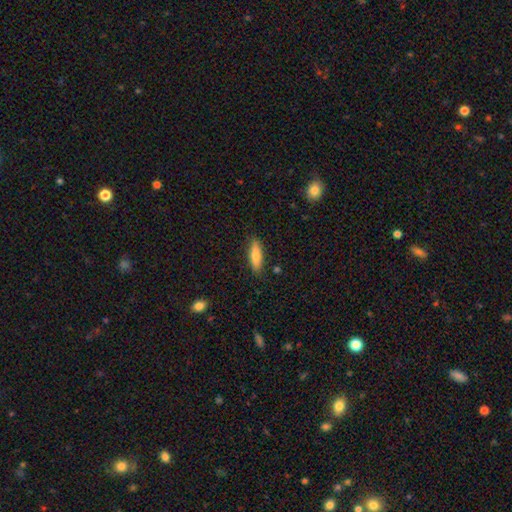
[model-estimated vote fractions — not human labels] Smooth or featured? Predicted: smooth (p=0.79). How rounded? Predicted: cigar-shaped (p=0.61). Merging? Predicted: none (p=0.87).